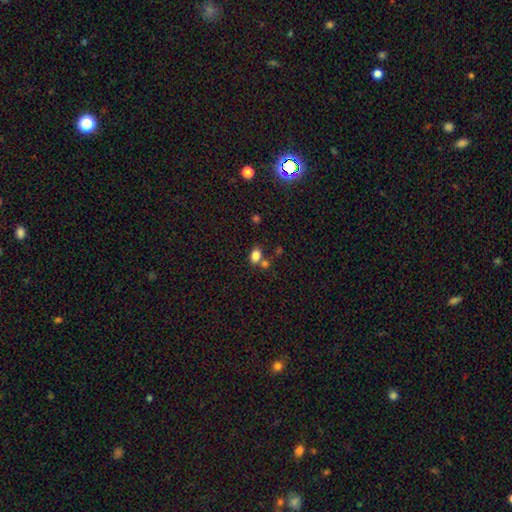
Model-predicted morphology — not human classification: Smooth or featured: smooth — 82% (star or artifact — 12%)
How rounded: in between — 72% (round — 27%)
Merging: none — 57% (merger — 28%)